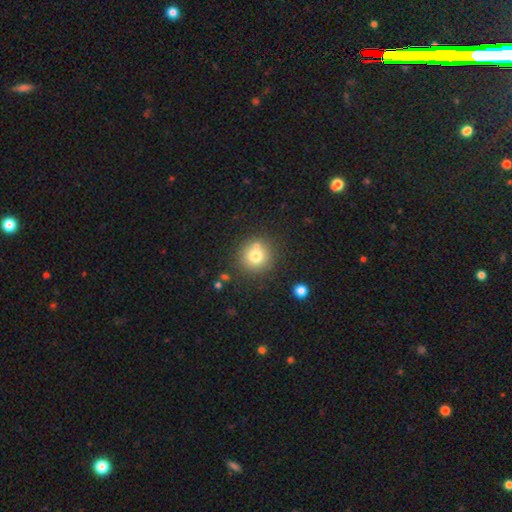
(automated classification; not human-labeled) Q: Smooth or featured?
A: smooth (74%); runner-up: featured or disk (13%)
Q: How rounded?
A: round (92%); runner-up: in between (7%)
Q: Merging?
A: none (73%); runner-up: merger (14%)